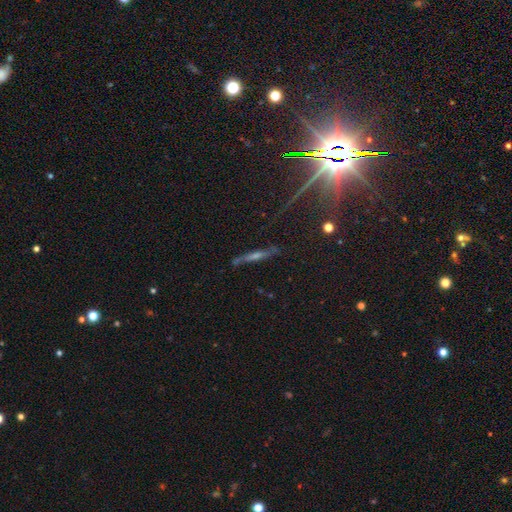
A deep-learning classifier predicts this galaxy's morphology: This is possibly a featured or disk galaxy (58%). It is clearly viewed edge-on (89%). Edge-on bulge: likely rounded (62%). Merging: likely none (77%).